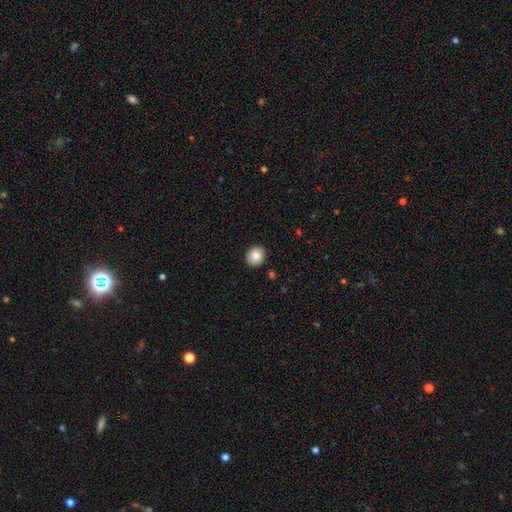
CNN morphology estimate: This appears to be a smooth galaxy with no disk features (84%) that is round (76%). Merging: none (91%).